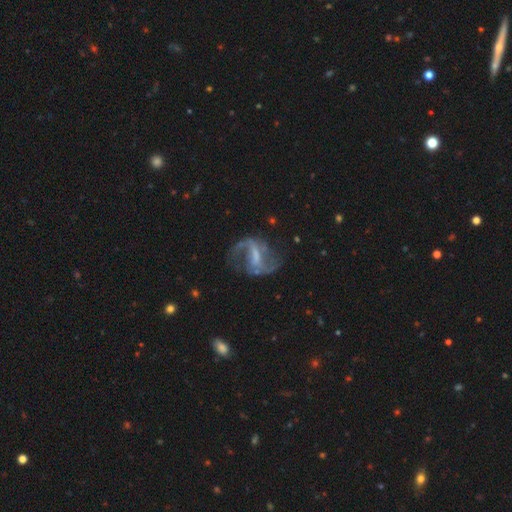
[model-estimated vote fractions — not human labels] Overall: featured or disk (87%). Edge-on disk: no (97%). Bar: strong (44%, tied with weak). Spiral arms: yes (95%). Spiral arm count: 2 (89%). Spiral winding: loose (55%; medium 38%). Bulge size: none (43%; small 29%). Merging: none (64%).